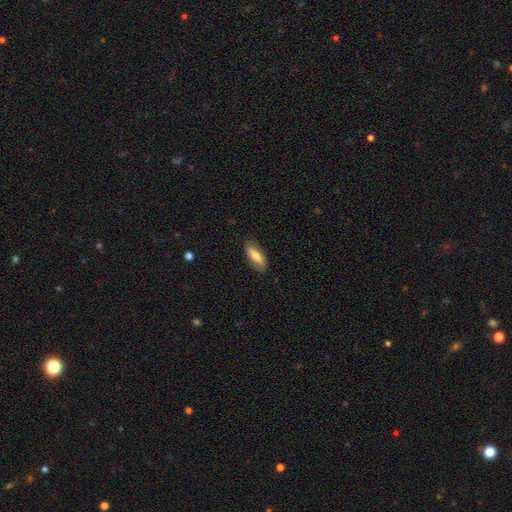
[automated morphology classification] Q: Smooth or featured?
A: smooth (67%); runner-up: featured or disk (27%)
Q: How rounded?
A: in between (69%); runner-up: cigar-shaped (29%)
Q: Merging?
A: none (81%); runner-up: minor disturbance (15%)